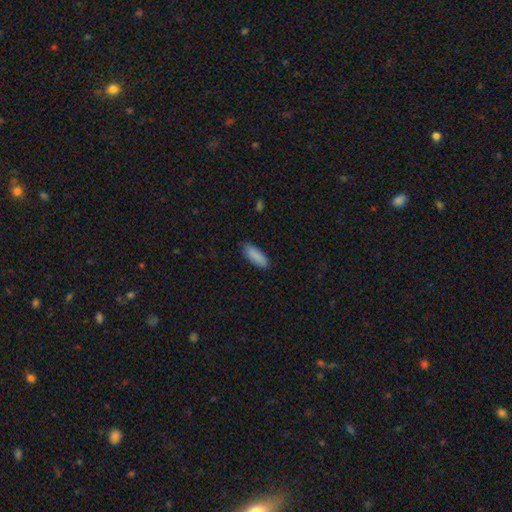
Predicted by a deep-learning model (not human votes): Smooth or featured: smooth — 89% (star or artifact — 6%)
How rounded: in between — 68% (cigar-shaped — 31%)
Merging: none — 81% (minor disturbance — 15%)